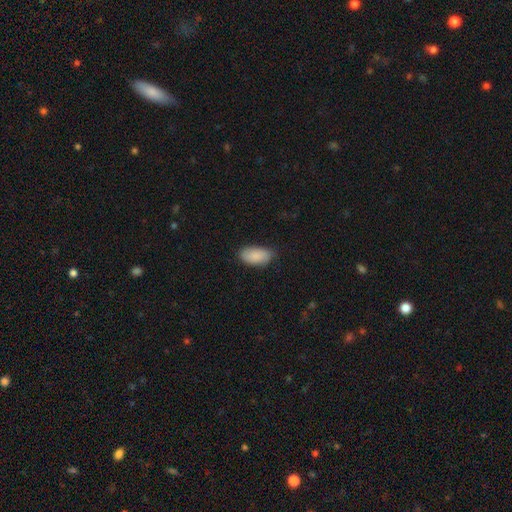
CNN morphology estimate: This appears to be a smooth galaxy with no disk features (85%) that is in between round and cigar-shaped (93%). Merging: none (74%).